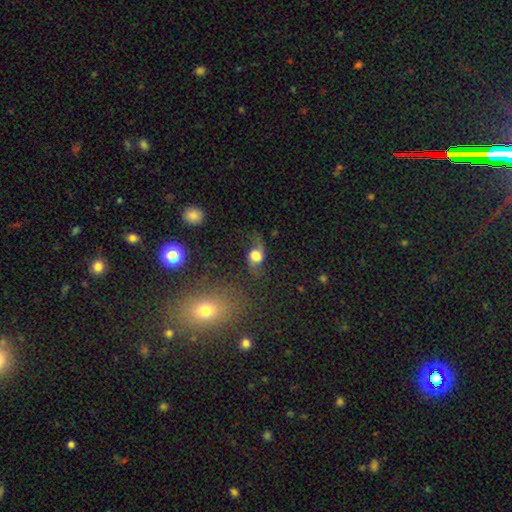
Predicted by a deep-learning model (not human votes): A featured or disk galaxy (56%) with no bar (65%), spiral arms (87%) and a large central bulge (52%). Merging: none (58%).